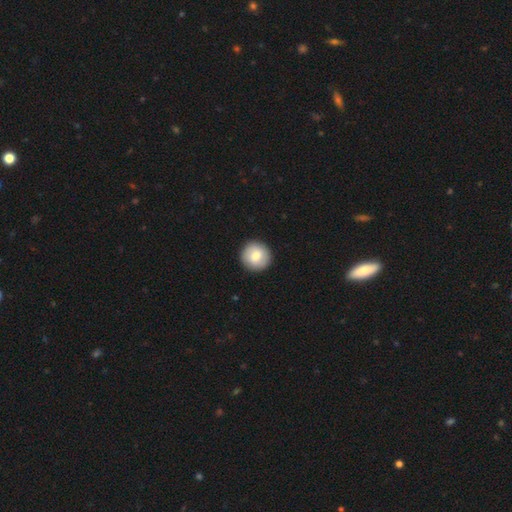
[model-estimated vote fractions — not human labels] A smooth galaxy with no disk features (80%) that is round (95%).

Vote fractions:
- Smooth or featured? smooth: 80% / featured or disk: 14% / star or artifact: 7%
- How rounded? round: 95% / in between: 4% / cigar-shaped: 1%
- Merging? none: 92% / minor disturbance: 5% / major disturbance: 1% / merger: 1%